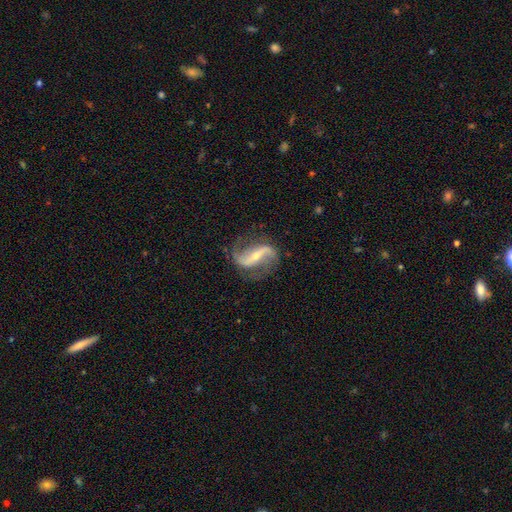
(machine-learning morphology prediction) A featured or disk galaxy (90%) with a strong bar (55%), 2 (93%) loose (70%) spiral arms (97%) and a small central bulge (62%).

Vote fractions:
- Smooth or featured? featured or disk: 90% / star or artifact: 5% / smooth: 5%
- Edge-on disk? no: 96% / yes: 4%
- Bar? strong: 55% / weak: 27% / no: 18%
- Spiral arms? yes: 97% / no: 3%
- Spiral winding? loose: 70% / medium: 24% / tight: 7%
- Spiral arm count? 2: 93% / 1: 2% / can't tell: 2% / 3: 1% / 4: 1% / more than 4: 1%
- Bulge size? small: 62% / moderate: 33% / none: 2% / large: 2% / dominant: 1%
- Merging? none: 76% / minor disturbance: 14% / major disturbance: 8% / merger: 2%